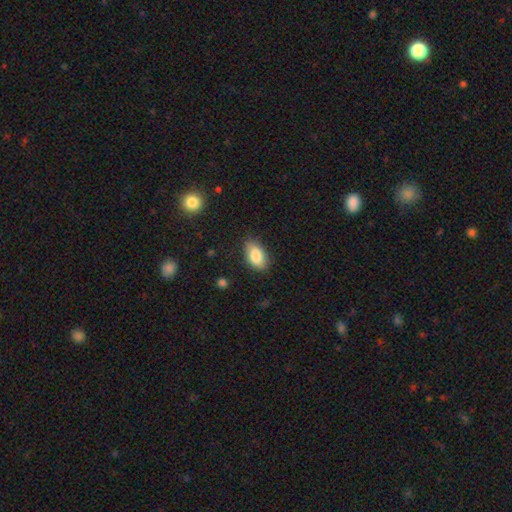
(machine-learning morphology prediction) smooth 84%, featured or disk 9%, star or artifact 7%. Down the decision tree: how rounded — in between (92%); merging — none (80%).